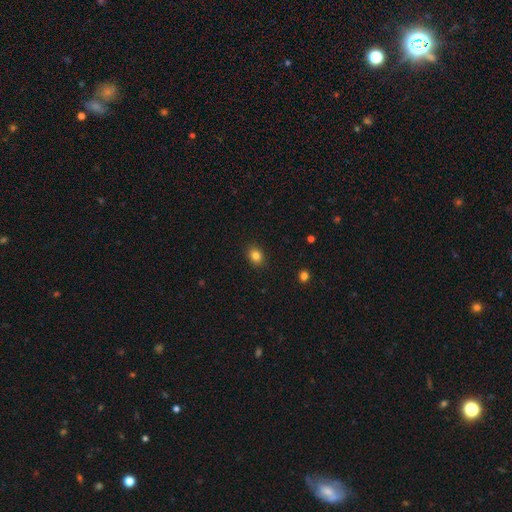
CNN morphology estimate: Smooth or featured: smooth — 83% (star or artifact — 11%)
How rounded: in between — 60% (round — 39%)
Merging: none — 89% (minor disturbance — 8%)